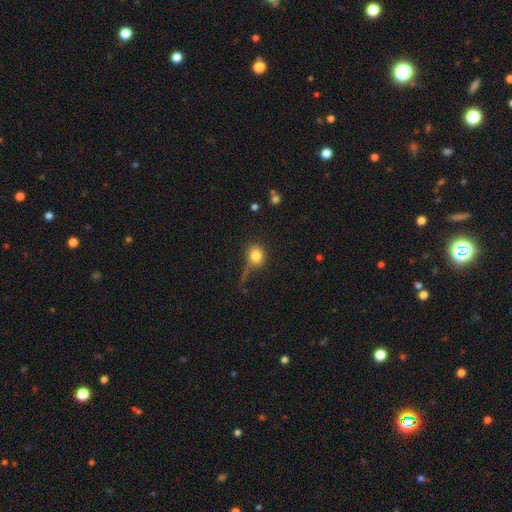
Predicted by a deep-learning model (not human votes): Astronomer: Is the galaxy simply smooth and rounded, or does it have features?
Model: smooth — 80%.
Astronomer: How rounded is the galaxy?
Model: round — 68%.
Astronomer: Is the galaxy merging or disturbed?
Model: none — 48% (runner-up: major disturbance, 24%).